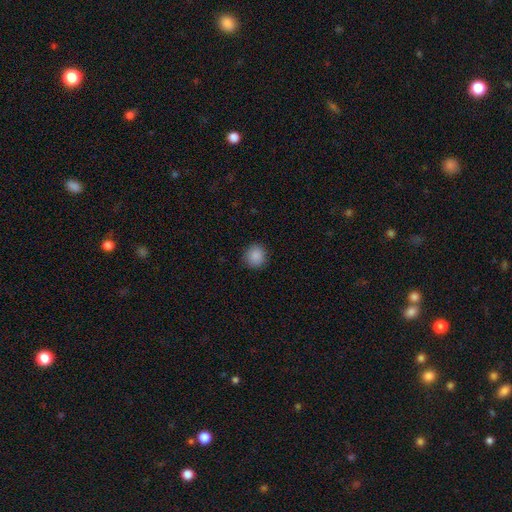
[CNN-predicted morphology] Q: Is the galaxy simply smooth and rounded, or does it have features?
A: smooth — 88%.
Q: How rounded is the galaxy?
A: round — 90%.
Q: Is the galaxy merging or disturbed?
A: none — 90%.